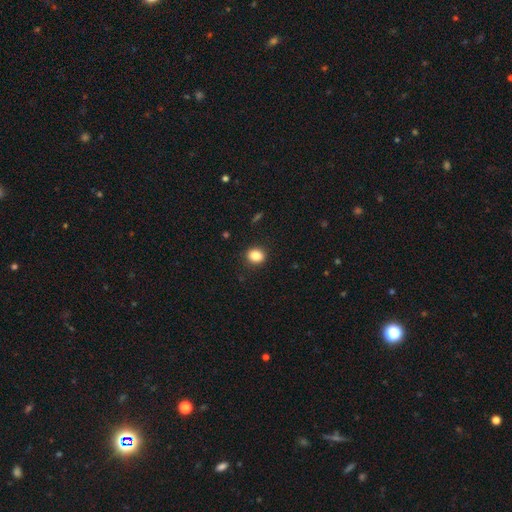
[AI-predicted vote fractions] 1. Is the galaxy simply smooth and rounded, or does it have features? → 85% smooth, 10% star or artifact, 5% featured or disk.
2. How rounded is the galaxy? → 62% round, 37% in between, 1% cigar-shaped.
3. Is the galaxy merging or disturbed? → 89% none, 7% minor disturbance, 2% major disturbance, 1% merger.